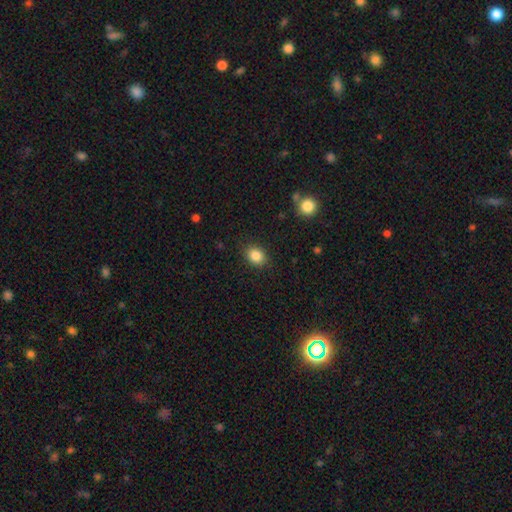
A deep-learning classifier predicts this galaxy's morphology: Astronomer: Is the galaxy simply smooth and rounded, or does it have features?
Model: smooth — 86%.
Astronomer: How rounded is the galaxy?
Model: in between — 50% (runner-up: round, 49%).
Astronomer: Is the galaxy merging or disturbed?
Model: none — 86%.